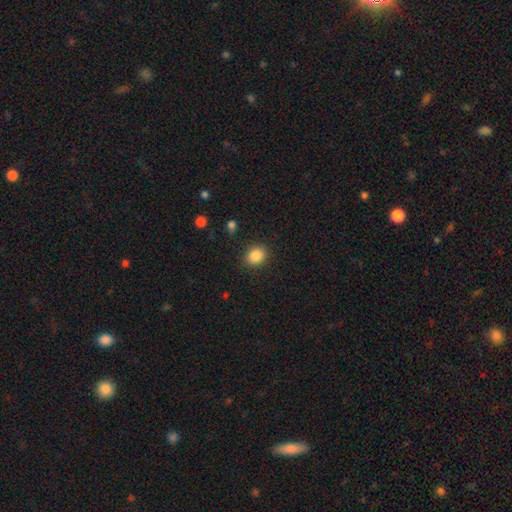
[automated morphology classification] Smooth or featured: smooth — 87% (star or artifact — 9%)
How rounded: round — 66% (in between — 34%)
Merging: none — 88% (minor disturbance — 8%)